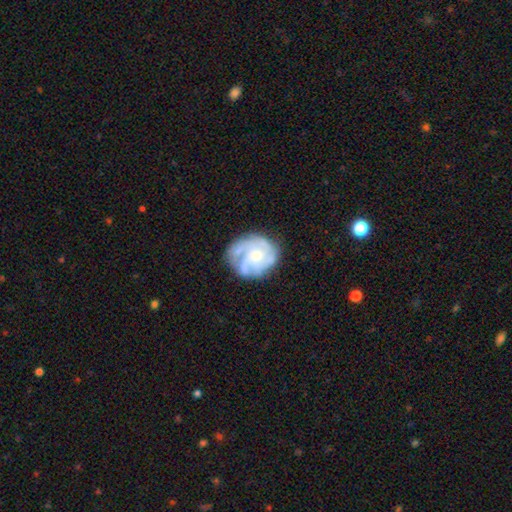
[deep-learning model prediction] Overall: featured or disk (76%). Edge-on disk: no (98%). Bar: no (76%). Spiral arms: yes (89%). Spiral arm count: 3 (33%; can't tell 26%). Spiral winding: tight (52%; medium 36%). Bulge size: moderate (47%; small 43%). Merging: none (65%).